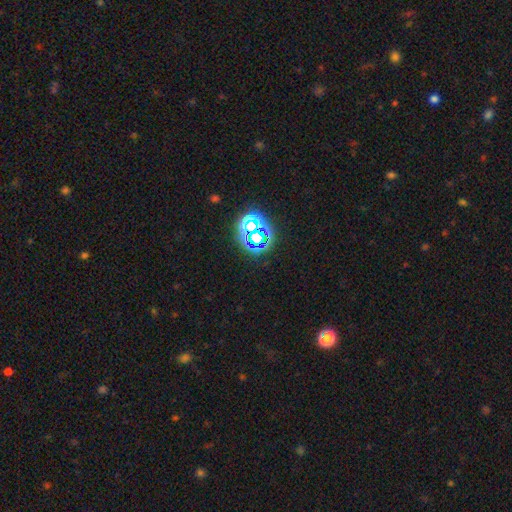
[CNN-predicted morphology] Smooth or featured: star or artifact — 68% (smooth — 24%)